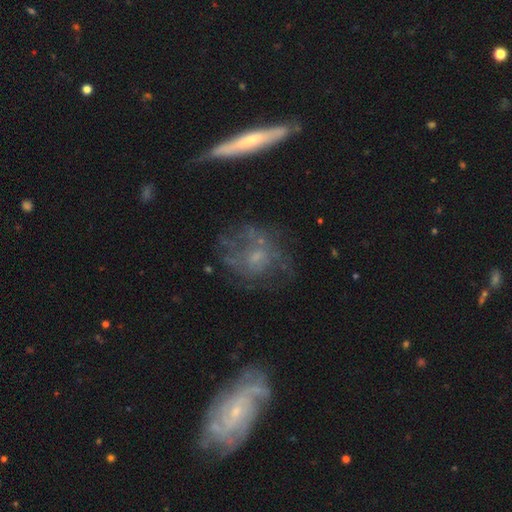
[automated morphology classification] smooth-or-featured: featured or disk: 57% | smooth: 29% | star or artifact: 15%
  disk-edge-on: no: 90% | yes: 10%
    bar: no: 80% | weak: 16% | strong: 4%
    has-spiral-arms: no: 57% | yes: 43%
    bulge-size: small: 44% | none: 28% | moderate: 24% | large: 3% | dominant: 1%
  merging: none: 54% | major disturbance: 20% | minor disturbance: 19% | merger: 6%